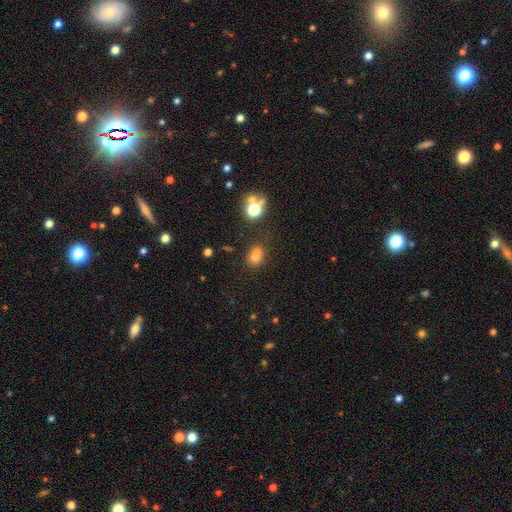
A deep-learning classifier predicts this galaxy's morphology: smooth-or-featured: smooth: 73% | star or artifact: 18% | featured or disk: 9%
  how-rounded: in between: 58% | round: 40% | cigar-shaped: 1%
  merging: none: 59% | merger: 17% | minor disturbance: 17% | major disturbance: 6%